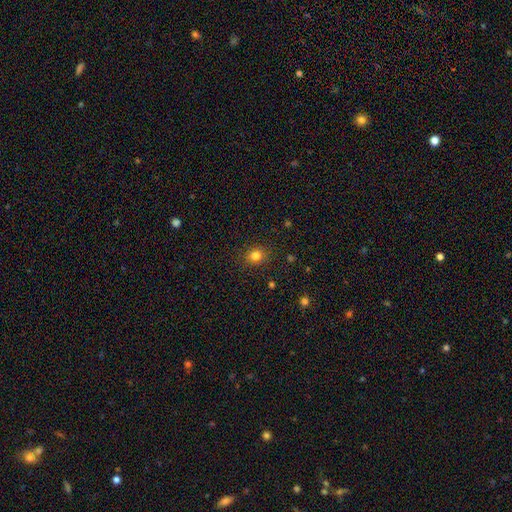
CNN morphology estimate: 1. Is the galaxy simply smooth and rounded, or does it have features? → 81% smooth, 13% star or artifact, 6% featured or disk.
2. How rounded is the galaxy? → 70% round, 30% in between, 1% cigar-shaped.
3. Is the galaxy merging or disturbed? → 88% none, 9% minor disturbance, 3% major disturbance, 1% merger.